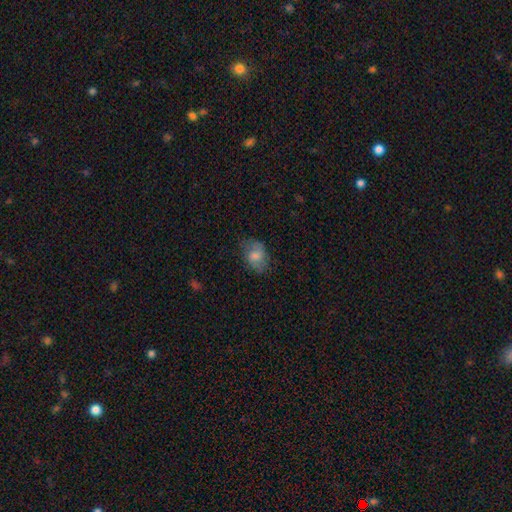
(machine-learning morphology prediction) smooth_or_featured: smooth (p=0.69) [alt: featured or disk p=0.22]
how_rounded: in between (p=0.74) [alt: round p=0.25]
merging: none (p=0.65) [alt: minor disturbance p=0.24]